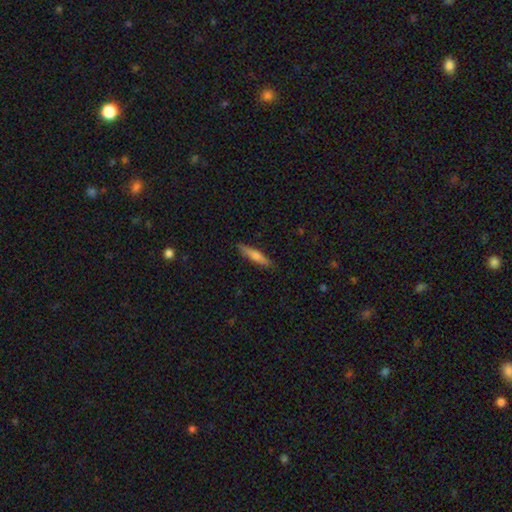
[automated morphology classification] This appears to be a smooth galaxy with no disk features (63%) that is cigar-shaped (84%). Merging: none (87%).